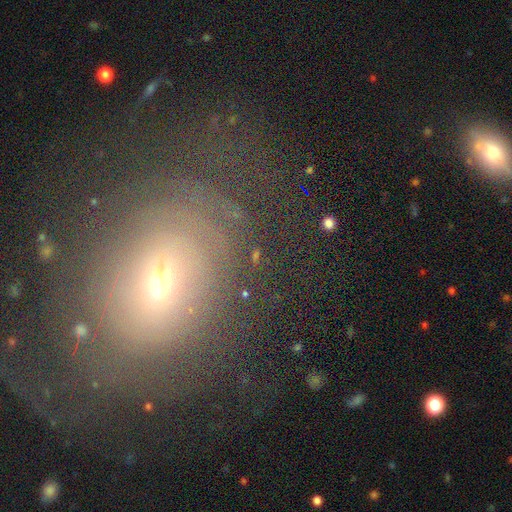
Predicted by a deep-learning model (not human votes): smooth_or_featured: featured or disk (p=0.45) [alt: smooth p=0.31]
merging: none (p=0.65) [alt: minor disturbance p=0.16]